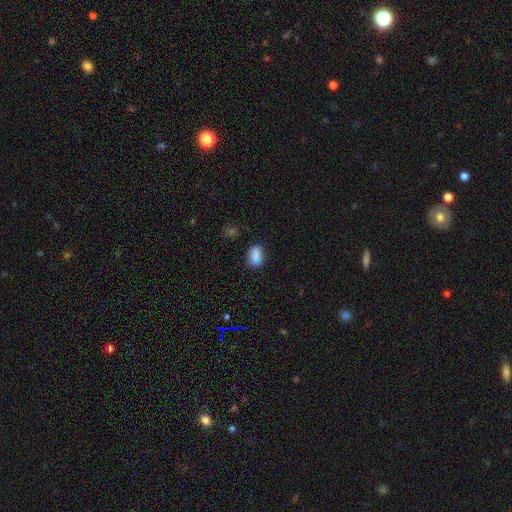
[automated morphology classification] Q: Smooth or featured?
A: smooth (86%); runner-up: star or artifact (9%)
Q: How rounded?
A: in between (83%); runner-up: round (15%)
Q: Merging?
A: none (75%); runner-up: minor disturbance (19%)